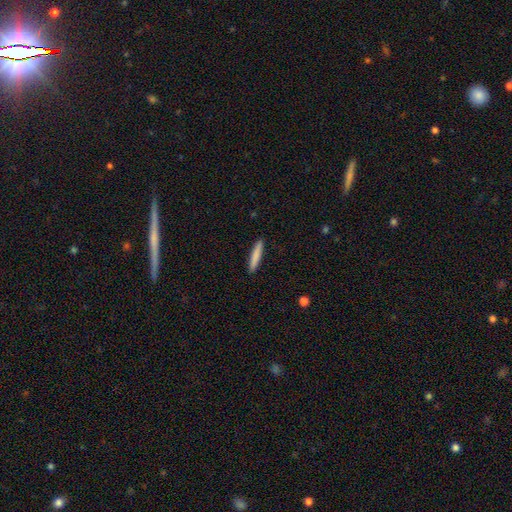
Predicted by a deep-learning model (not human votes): Q: Smooth or featured?
A: smooth (81%); runner-up: featured or disk (13%)
Q: How rounded?
A: cigar-shaped (93%); runner-up: in between (5%)
Q: Merging?
A: none (92%); runner-up: minor disturbance (6%)